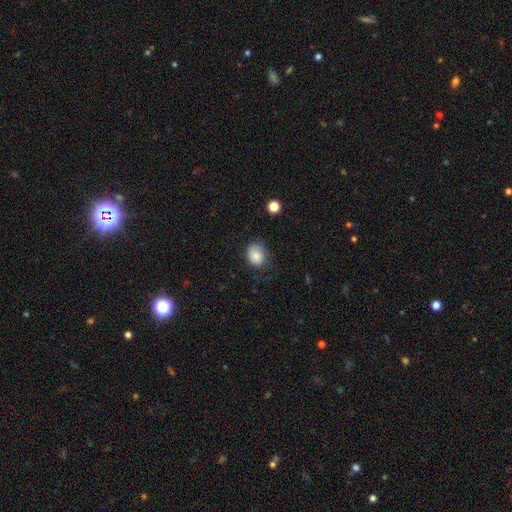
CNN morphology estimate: Overall: smooth (83%). How rounded: round (55%; in between 44%). Merging: none (64%; minor disturbance 26%).